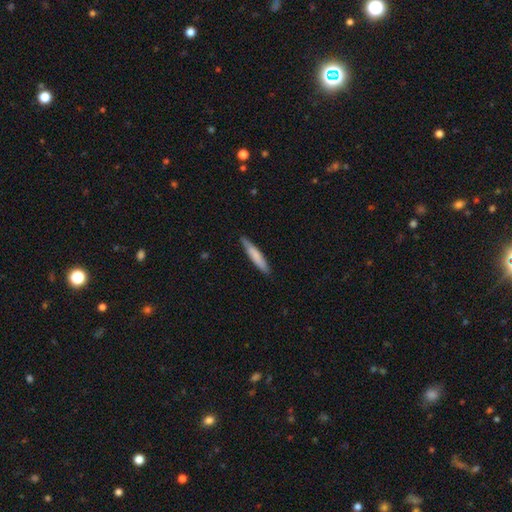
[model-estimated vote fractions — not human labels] Q: Smooth or featured?
A: smooth (74%); runner-up: featured or disk (21%)
Q: How rounded?
A: cigar-shaped (91%); runner-up: in between (8%)
Q: Merging?
A: none (86%); runner-up: minor disturbance (11%)